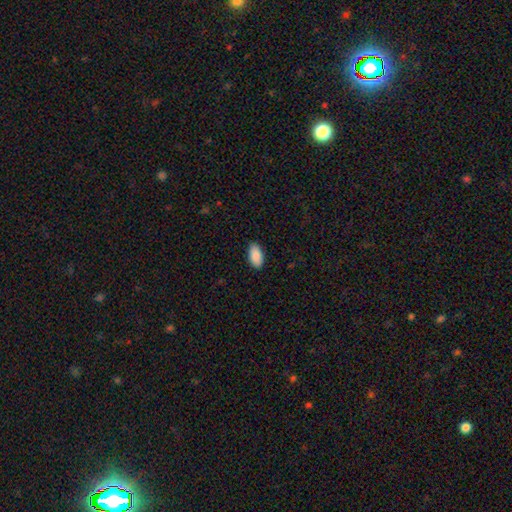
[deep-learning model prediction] The model was most divided on "merging": none: 89%, minor disturbance: 8%, major disturbance: 2%, merger: 1%. More confident: how rounded — in between (95%); smooth or featured — smooth (90%).